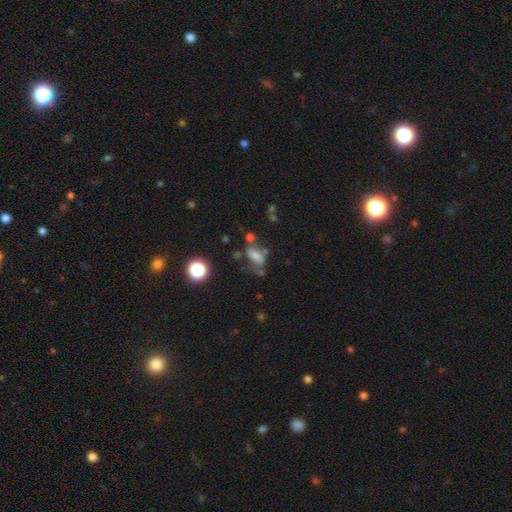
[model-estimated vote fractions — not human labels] Overall: smooth (60%; featured or disk 26%). How rounded: in between (76%). Merging: none (48%; minor disturbance 22%).